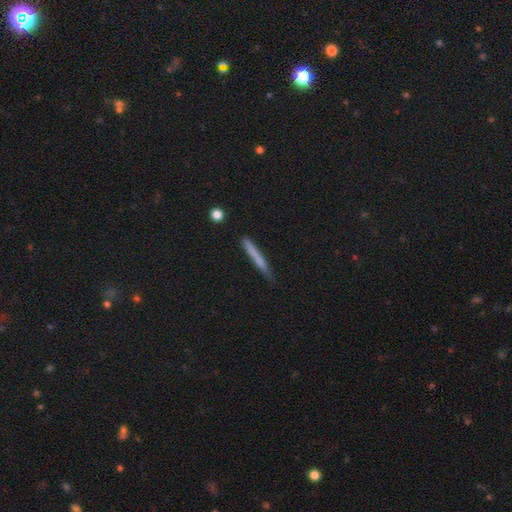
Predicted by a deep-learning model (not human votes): Smooth or featured?
  - smooth: 68% *
  - featured or disk: 25%
  - star or artifact: 6%
How rounded?
  - cigar-shaped: 96% *
  - in between: 3%
  - round: 2%
Merging?
  - none: 80% *
  - minor disturbance: 15%
  - major disturbance: 2%
  - merger: 2%